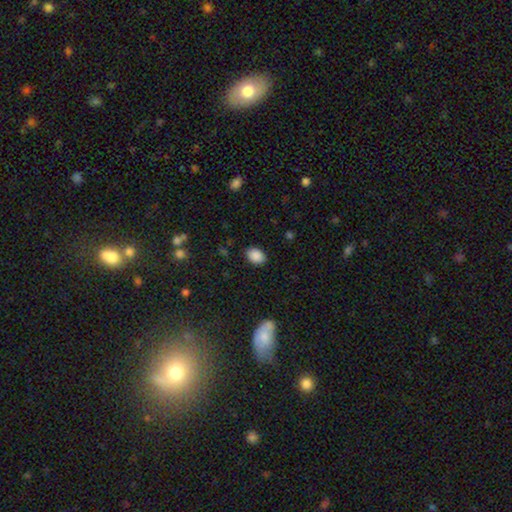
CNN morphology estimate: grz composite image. It shows a smooth galaxy with no disk features (89%) that is in between round and cigar-shaped (77%). Merging: none (88%).